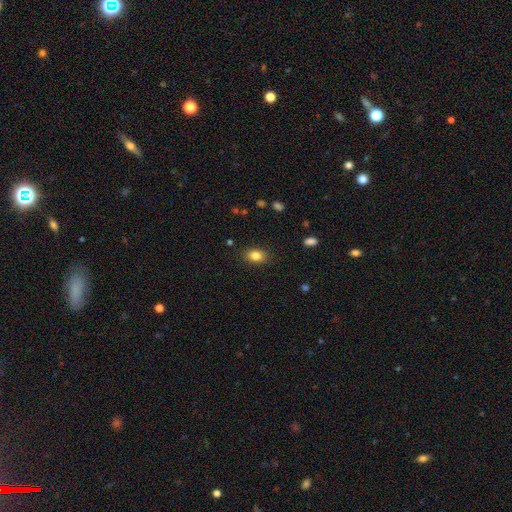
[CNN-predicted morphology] This is clearly a smooth galaxy (84%). How rounded: likely in between (78%). Merging: clearly none (87%).